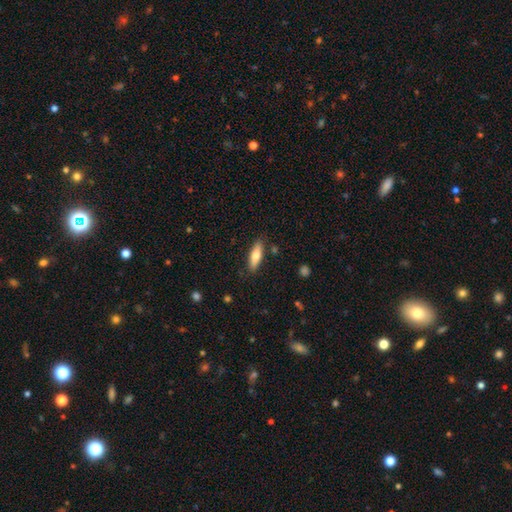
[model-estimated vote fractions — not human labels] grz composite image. It shows a smooth galaxy with no disk features (75%) that is cigar-shaped (53%). Merging: none (85%).